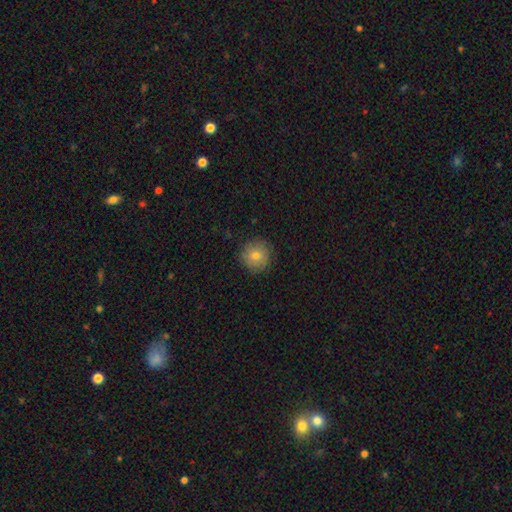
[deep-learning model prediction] smooth-or-featured: smooth: 76% | featured or disk: 14% | star or artifact: 11%
  how-rounded: round: 94% | in between: 5% | cigar-shaped: 1%
  merging: none: 89% | minor disturbance: 8% | major disturbance: 2% | merger: 1%